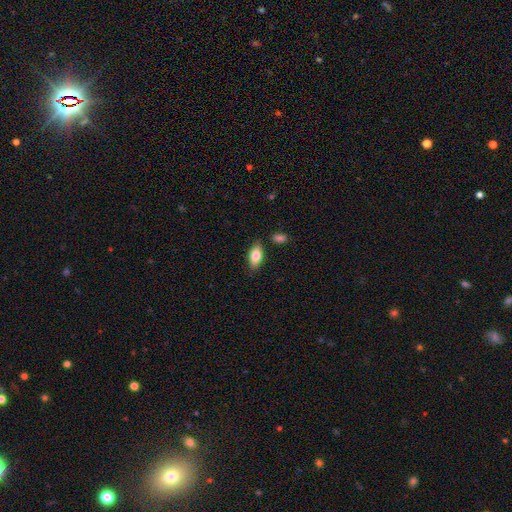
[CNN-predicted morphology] A smooth galaxy with no disk features (80%) that is in between round and cigar-shaped (89%).

Vote fractions:
- Smooth or featured? smooth: 80% / featured or disk: 13% / star or artifact: 6%
- How rounded? in between: 89% / cigar-shaped: 7% / round: 3%
- Merging? none: 83% / minor disturbance: 11% / merger: 4% / major disturbance: 2%